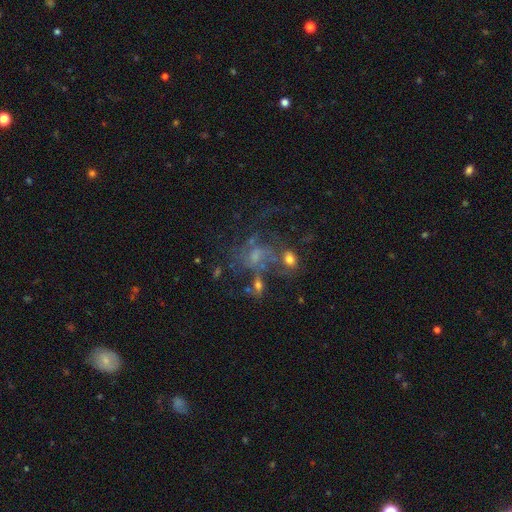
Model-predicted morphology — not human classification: featured or disk 60%, smooth 20%, star or artifact 20%. Down the decision tree: edge-on disk — no (97%); bar — no (70%); spiral arms — yes (52%); bulge size — small (35%); merging — none (34%).